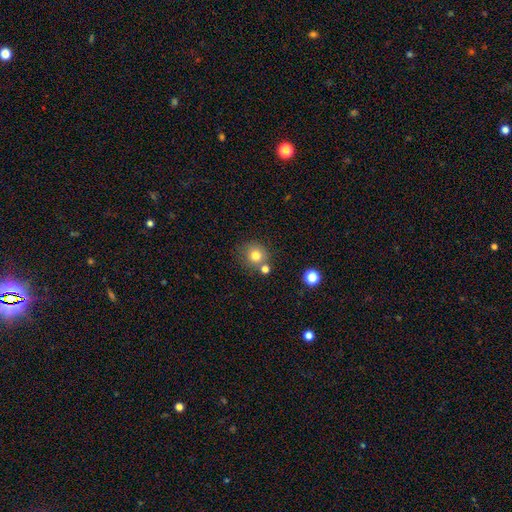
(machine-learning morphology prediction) type=smooth (79%); roundness=round (90%); merging=none (70%).